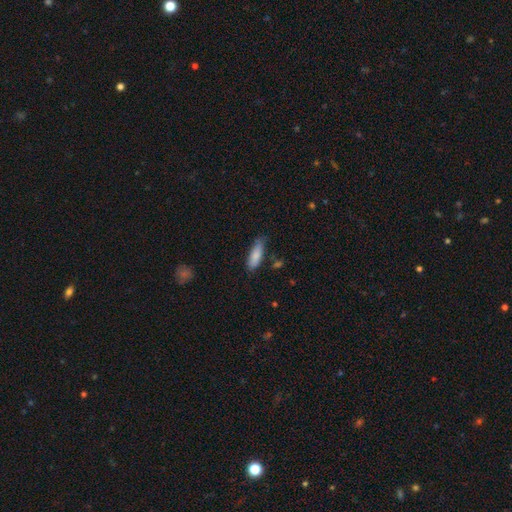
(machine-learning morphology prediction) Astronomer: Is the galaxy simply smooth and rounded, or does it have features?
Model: smooth — 84%.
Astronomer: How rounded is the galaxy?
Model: in between — 58% (runner-up: cigar-shaped, 40%).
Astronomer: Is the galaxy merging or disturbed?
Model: none — 65%.